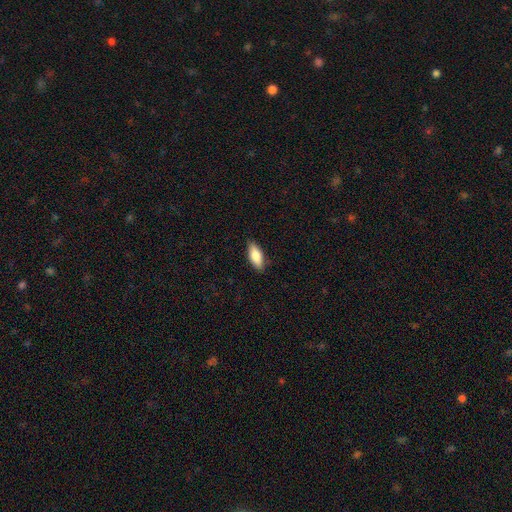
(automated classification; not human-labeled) Smooth or featured?
  - smooth: 81% *
  - featured or disk: 13%
  - star or artifact: 6%
How rounded?
  - in between: 79% *
  - cigar-shaped: 18%
  - round: 2%
Merging?
  - none: 85% *
  - minor disturbance: 12%
  - major disturbance: 2%
  - merger: 1%